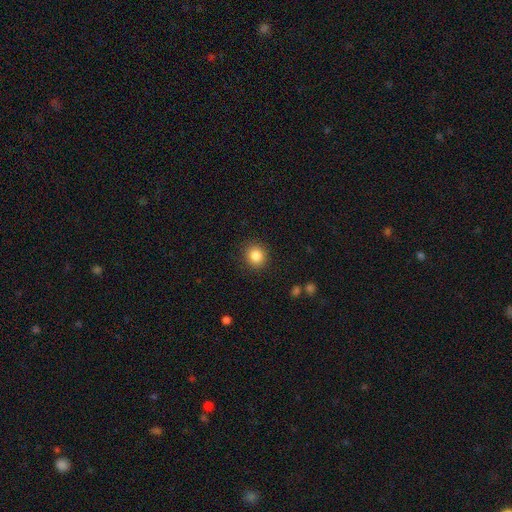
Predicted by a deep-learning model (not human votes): Smooth or featured: smooth — 85% (star or artifact — 10%)
How rounded: round — 87% (in between — 12%)
Merging: none — 90% (minor disturbance — 7%)